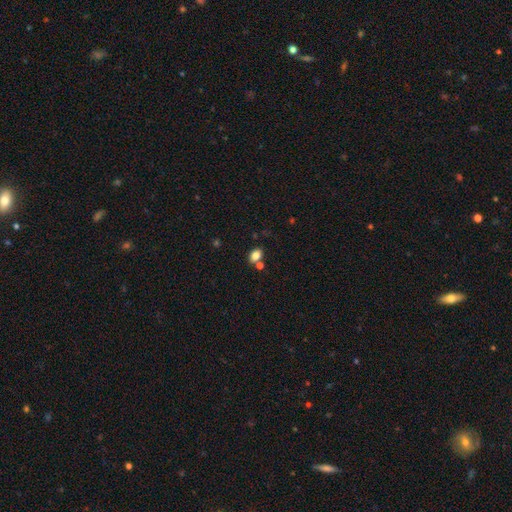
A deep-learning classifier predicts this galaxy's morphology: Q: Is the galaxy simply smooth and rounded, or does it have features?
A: smooth — 82%.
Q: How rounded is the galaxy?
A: in between — 71%.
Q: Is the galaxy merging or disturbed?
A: none — 66%.